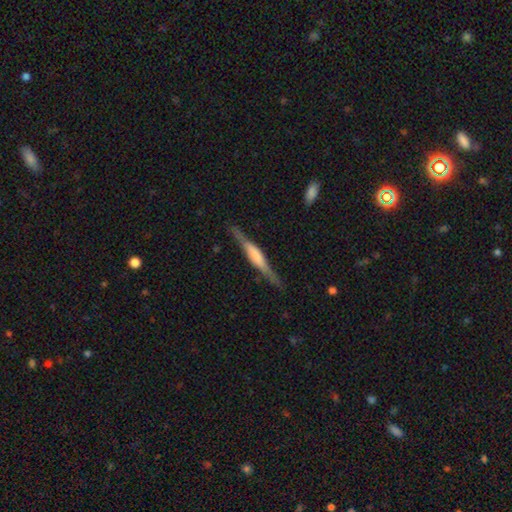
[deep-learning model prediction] The model was most divided on "edge-on bulge": boxy: 51%, rounded: 37%, none: 12%. More confident: edge-on disk — yes (97%); merging — none (85%); smooth or featured — featured or disk (71%).